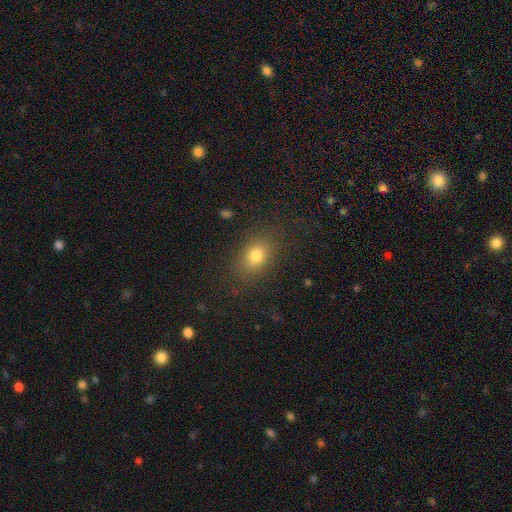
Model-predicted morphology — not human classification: Smooth or featured? smooth (79%)
How rounded? in between (73%)
Merging? none (83%)